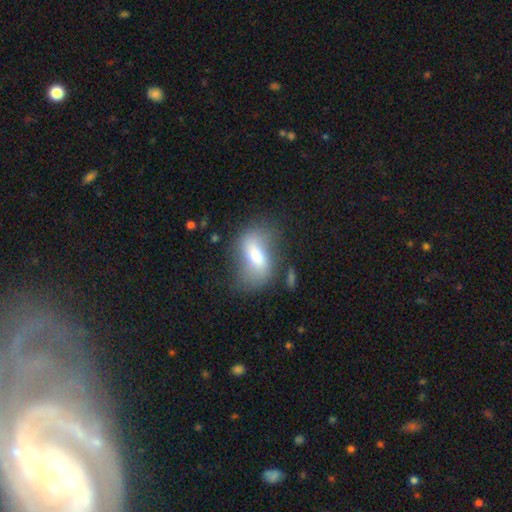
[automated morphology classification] This appears to be a smooth galaxy with no disk features (50%). Merging: none (55%).